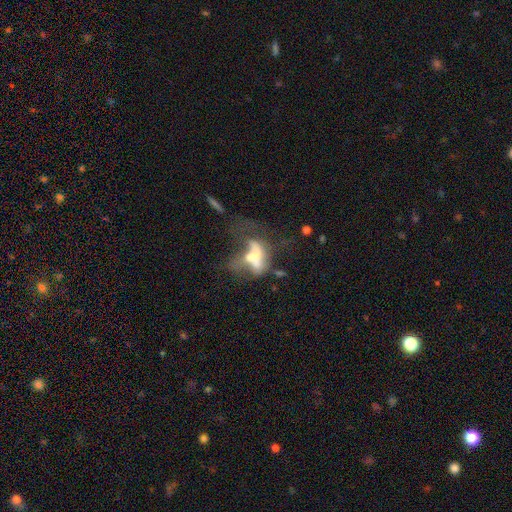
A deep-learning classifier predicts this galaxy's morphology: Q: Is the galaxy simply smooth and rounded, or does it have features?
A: featured or disk — 52%.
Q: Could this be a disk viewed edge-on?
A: no — 91%.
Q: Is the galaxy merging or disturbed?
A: merger — 41%.